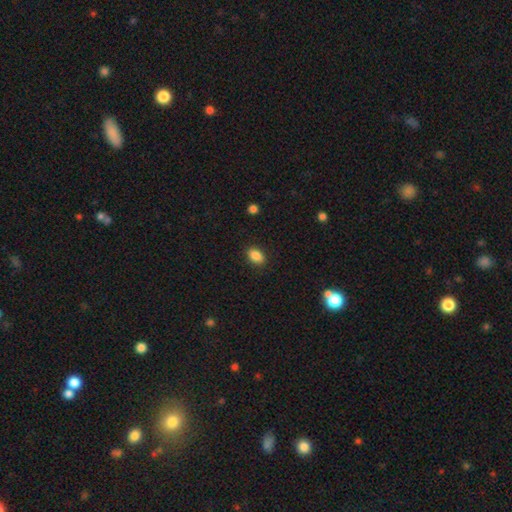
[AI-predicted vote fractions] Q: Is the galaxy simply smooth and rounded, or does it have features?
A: smooth — 88%.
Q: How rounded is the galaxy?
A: in between — 80%.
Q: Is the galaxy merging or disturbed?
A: none — 88%.